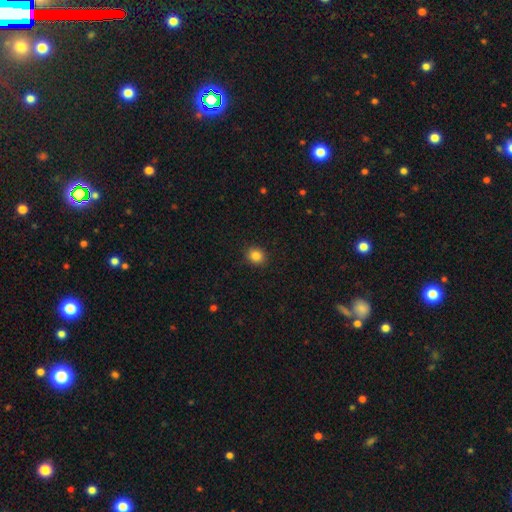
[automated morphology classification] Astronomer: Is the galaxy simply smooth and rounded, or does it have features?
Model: smooth — 86%.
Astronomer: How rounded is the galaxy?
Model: round — 71%.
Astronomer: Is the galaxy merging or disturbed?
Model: none — 90%.